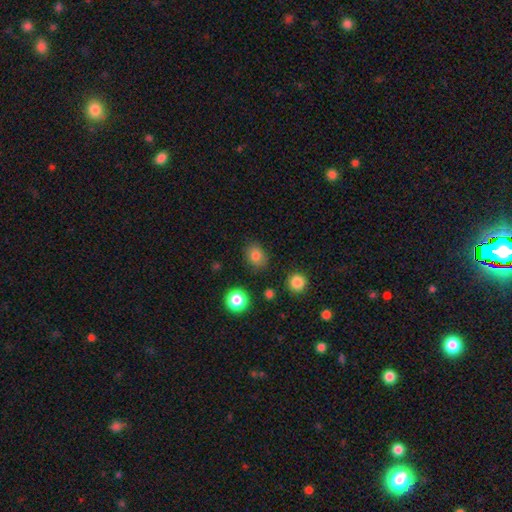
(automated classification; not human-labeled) Smooth or featured? Predicted: smooth (p=0.81). How rounded? Predicted: round (p=0.54). Merging? Predicted: none (p=0.82).